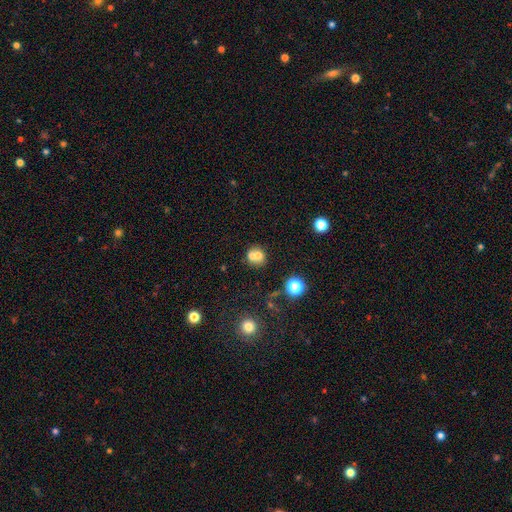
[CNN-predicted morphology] A smooth galaxy with no disk features (68%) that is round (72%). Merging: merger (53%).